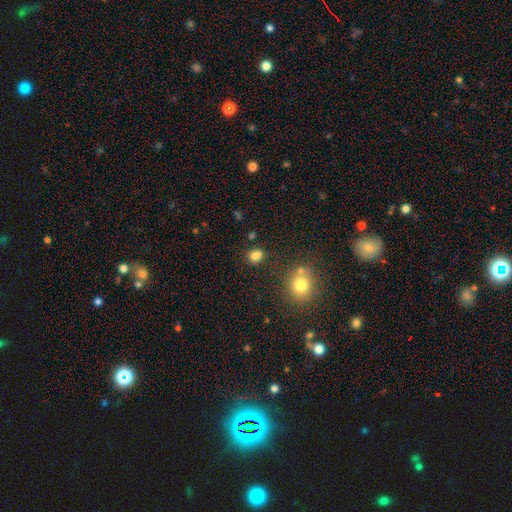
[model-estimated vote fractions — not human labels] smooth-or-featured: smooth: 82% | star or artifact: 13% | featured or disk: 5%
  how-rounded: round: 52% | in between: 47% | cigar-shaped: 1%
  merging: none: 76% | minor disturbance: 12% | merger: 8% | major disturbance: 4%